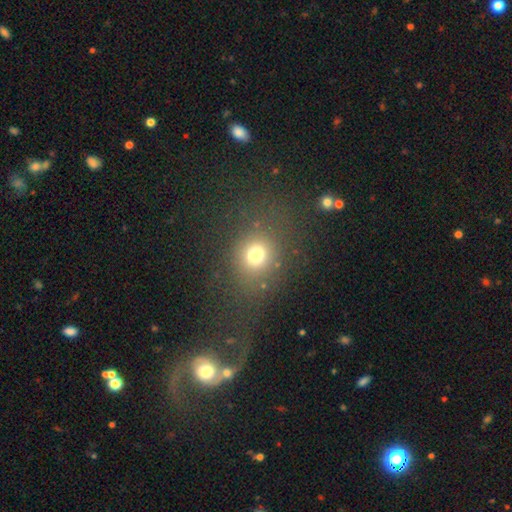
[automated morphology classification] Overall: smooth (66%). How rounded: round (73%). Merging: none (54%; merger 23%).